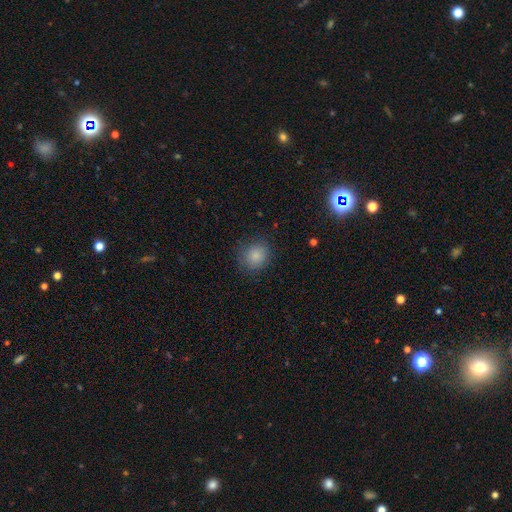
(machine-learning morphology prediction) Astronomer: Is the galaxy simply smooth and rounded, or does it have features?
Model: smooth — 85%.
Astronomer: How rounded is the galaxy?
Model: round — 81%.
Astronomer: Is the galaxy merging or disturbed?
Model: none — 83%.